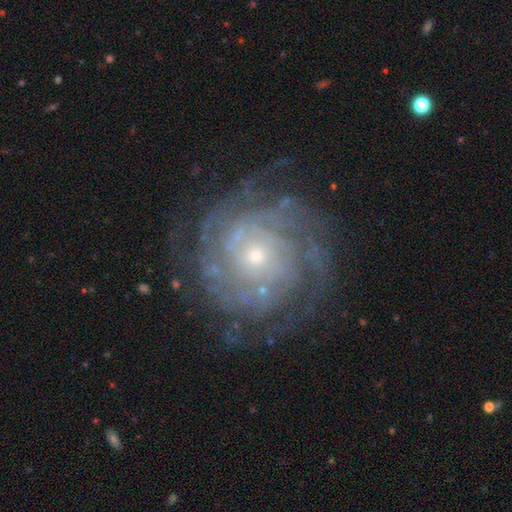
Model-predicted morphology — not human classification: A featured or disk galaxy (87%) with no bar (82%), tight (79%) spiral arms (96%) and a small central bulge (74%).

Vote fractions:
- Smooth or featured? featured or disk: 87% / star or artifact: 7% / smooth: 6%
- Edge-on disk? no: 97% / yes: 3%
- Bar? no: 82% / weak: 14% / strong: 5%
- Spiral arms? yes: 96% / no: 4%
- Spiral winding? tight: 79% / medium: 17% / loose: 4%
- Spiral arm count? can't tell: 31% / 4: 19% / more than 4: 15% / 3: 14% / 2: 13% / 1: 8%
- Bulge size? small: 74% / moderate: 22% / large: 2% / none: 1% / dominant: 1%
- Merging? none: 79% / minor disturbance: 13% / major disturbance: 7% / merger: 1%